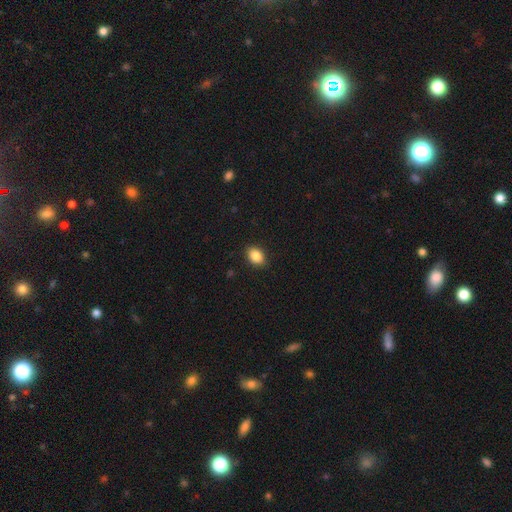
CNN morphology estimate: A smooth galaxy with no disk features (86%) that is in between round and cigar-shaped (73%). Merging: none (90%).